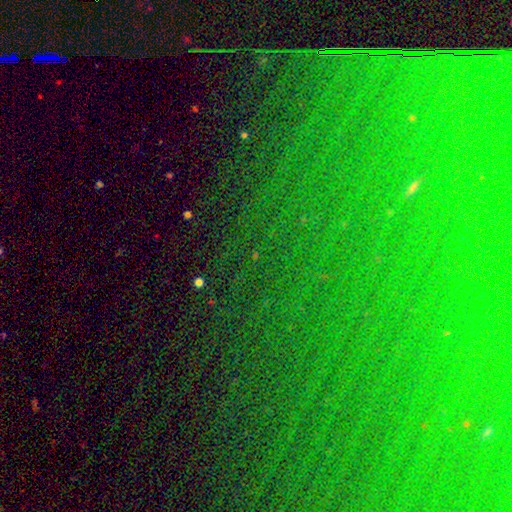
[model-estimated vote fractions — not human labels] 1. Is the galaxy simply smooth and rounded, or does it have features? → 79% star or artifact, 13% smooth, 8% featured or disk.